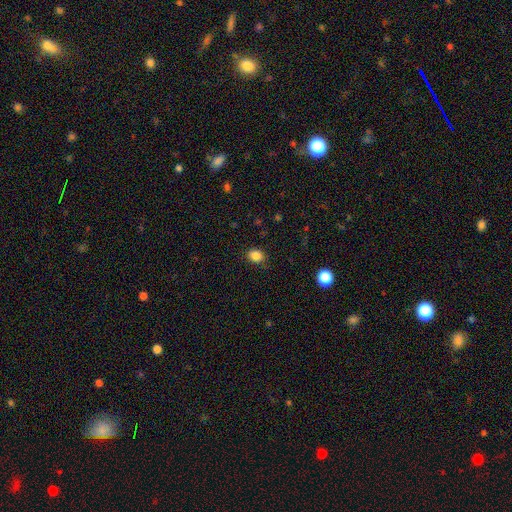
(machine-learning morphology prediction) Q: Smooth or featured?
A: smooth (85%); runner-up: star or artifact (11%)
Q: How rounded?
A: round (57%); runner-up: in between (42%)
Q: Merging?
A: none (85%); runner-up: minor disturbance (11%)